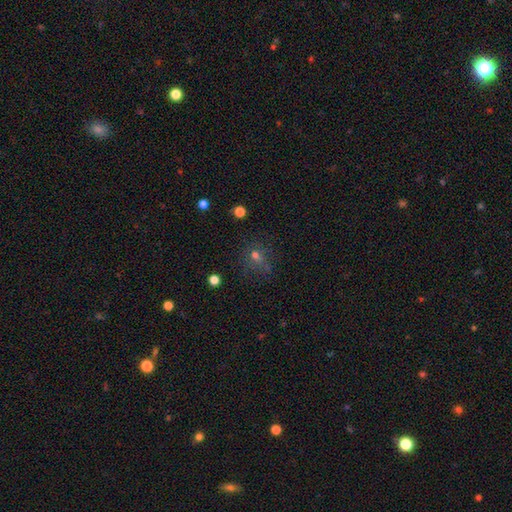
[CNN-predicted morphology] smooth-or-featured: smooth: 53% | star or artifact: 30% | featured or disk: 17%
  how-rounded: round: 74% | in between: 24% | cigar-shaped: 1%
  merging: none: 66% | minor disturbance: 17% | major disturbance: 13% | merger: 4%